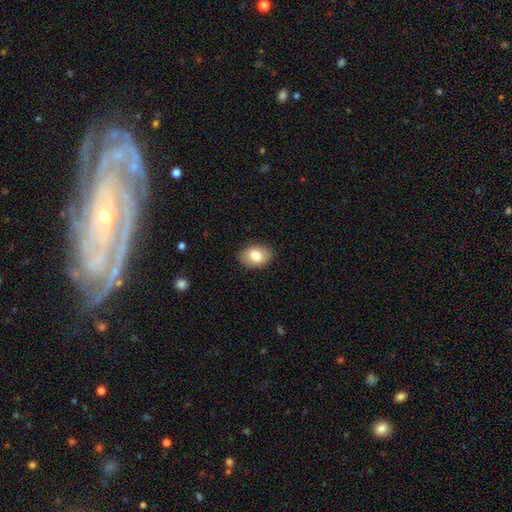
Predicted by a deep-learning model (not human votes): Smooth or featured?
  - smooth: 81% *
  - featured or disk: 12%
  - star or artifact: 7%
How rounded?
  - in between: 81% *
  - round: 18%
  - cigar-shaped: 1%
Merging?
  - none: 88% *
  - minor disturbance: 9%
  - major disturbance: 2%
  - merger: 1%